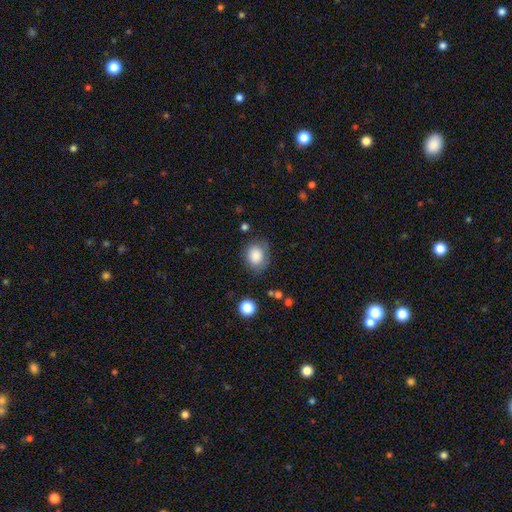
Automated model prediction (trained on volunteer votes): The model was most divided on "how rounded": round: 54%, in between: 45%, cigar-shaped: 1%. More confident: smooth or featured — smooth (84%); merging — none (71%).